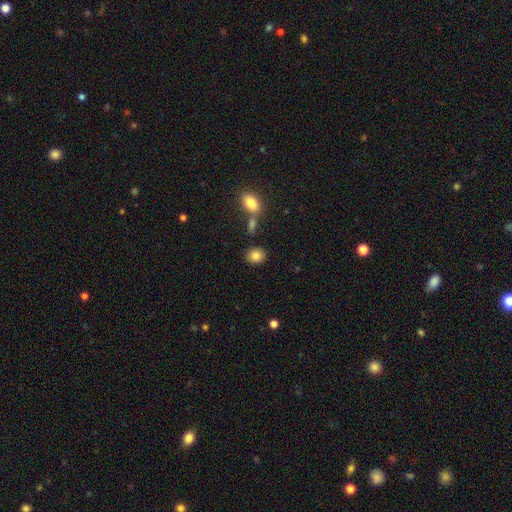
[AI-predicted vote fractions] The model was most divided on "how rounded": round: 66%, in between: 33%, cigar-shaped: 1%. More confident: smooth or featured — smooth (84%); merging — none (82%).